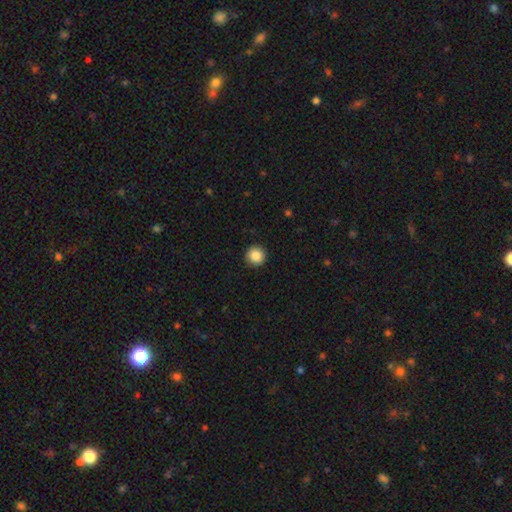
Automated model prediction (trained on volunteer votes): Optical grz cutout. It shows a smooth galaxy with no disk features (87%) that is round (95%). Merging: none (93%).